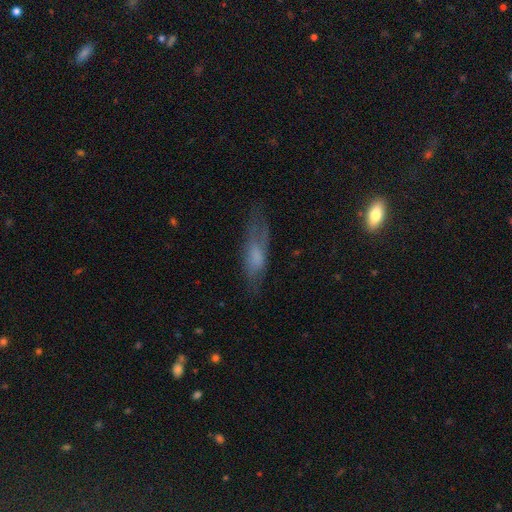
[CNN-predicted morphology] Q: Smooth or featured?
A: smooth (54%); runner-up: featured or disk (37%)
Q: How rounded?
A: cigar-shaped (52%); runner-up: in between (45%)
Q: Merging?
A: none (60%); runner-up: minor disturbance (25%)